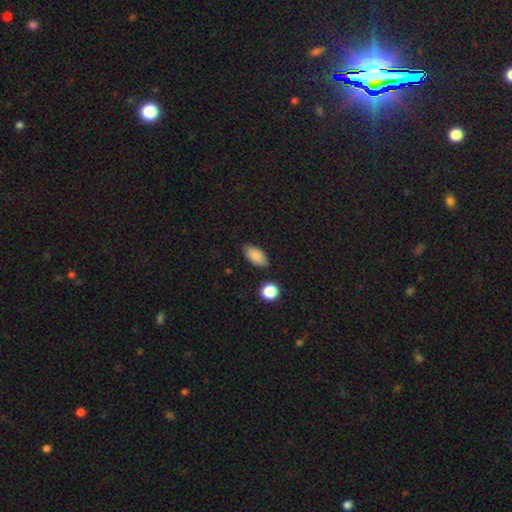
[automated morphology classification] Q: Smooth or featured?
A: smooth (87%); runner-up: star or artifact (8%)
Q: How rounded?
A: in between (91%); runner-up: round (4%)
Q: Merging?
A: none (81%); runner-up: minor disturbance (13%)